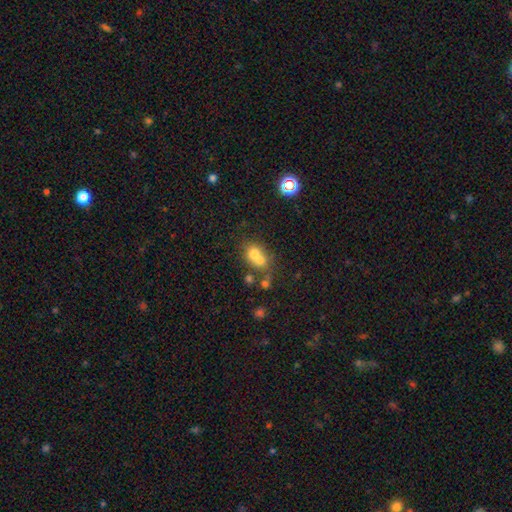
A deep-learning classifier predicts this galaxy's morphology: This appears to be a smooth galaxy with no disk features (65%) that is round (71%). Merging: merger (60%).